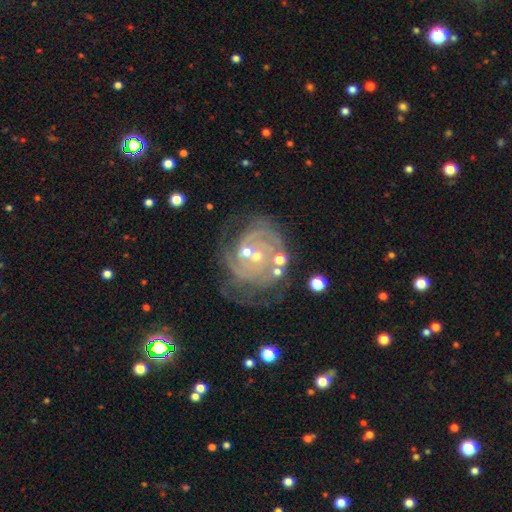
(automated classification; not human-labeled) Morphology: type=featured or disk (85%); edge-on=no (97%); bar=no (64%); spiral arms=yes (95%); winding=tight (71%); arm count=can't tell (30%); bulge=small (65%); merging=none (57%).